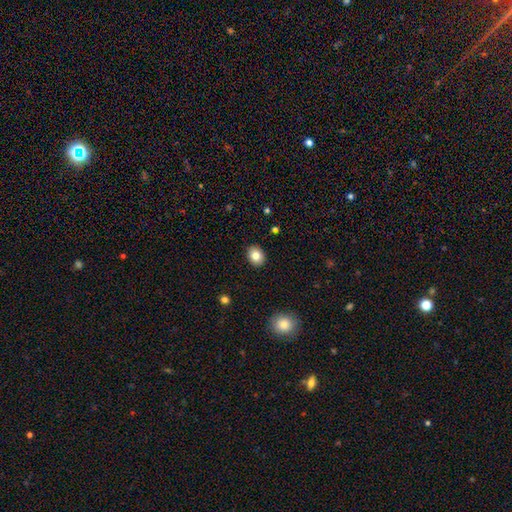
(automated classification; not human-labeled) smooth-or-featured: smooth: 82% | star or artifact: 9% | featured or disk: 9%
  how-rounded: round: 52% | in between: 47% | cigar-shaped: 1%
  merging: none: 90% | minor disturbance: 7% | major disturbance: 2% | merger: 1%